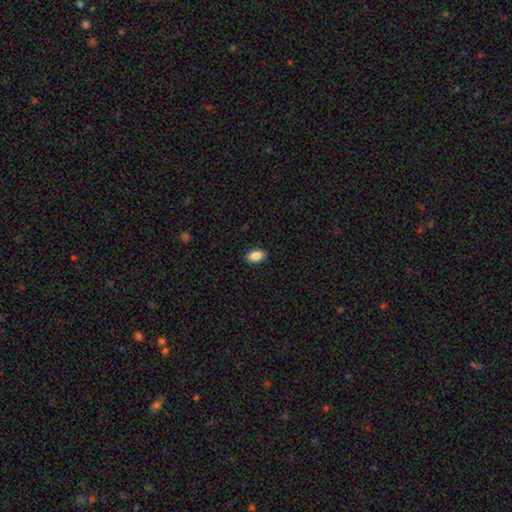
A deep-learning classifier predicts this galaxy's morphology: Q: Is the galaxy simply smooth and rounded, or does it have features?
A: smooth — 88%.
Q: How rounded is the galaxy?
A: in between — 91%.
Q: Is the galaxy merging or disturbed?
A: none — 89%.